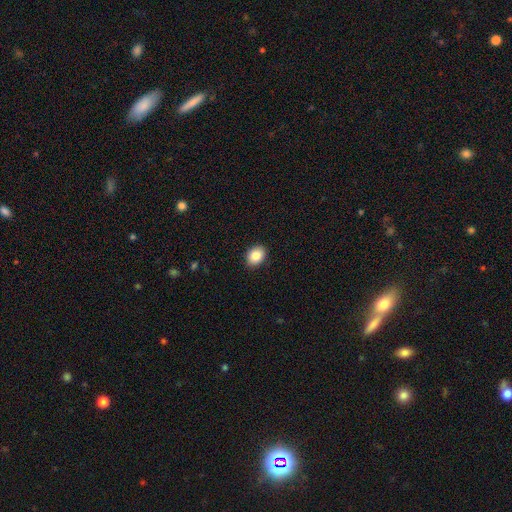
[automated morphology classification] smooth-or-featured: smooth: 84% | star or artifact: 9% | featured or disk: 7%
  how-rounded: in between: 63% | round: 36% | cigar-shaped: 1%
  merging: none: 90% | minor disturbance: 8% | major disturbance: 2% | merger: 1%